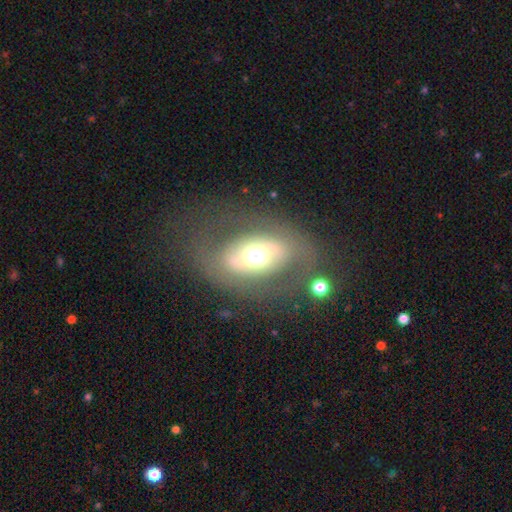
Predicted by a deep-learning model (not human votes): Smooth or featured?
  - featured or disk: 50% *
  - smooth: 40%
  - star or artifact: 10%
Edge-on disk?
  - no: 90% *
  - yes: 10%
Merging?
  - none: 71% *
  - minor disturbance: 13%
  - major disturbance: 13%
  - merger: 3%